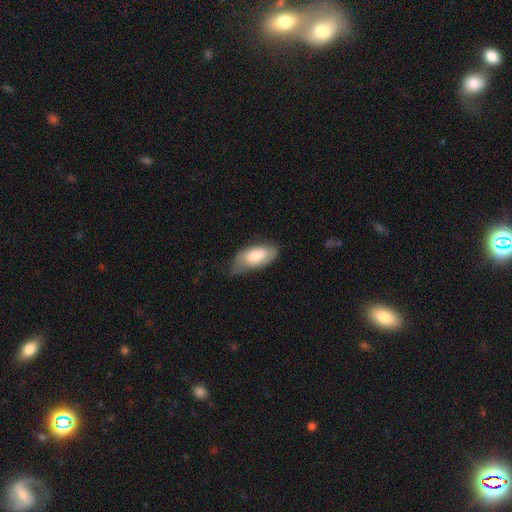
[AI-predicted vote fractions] Overall: smooth (69%). How rounded: in between (91%). Merging: none (47%; minor disturbance 40%).